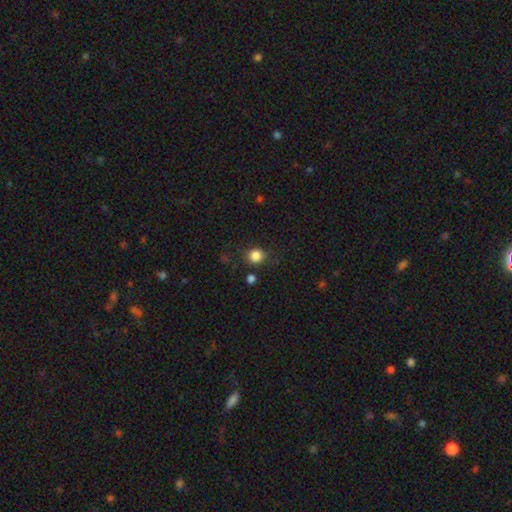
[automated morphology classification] Overall: smooth (84%). How rounded: round (86%). Merging: none (83%).